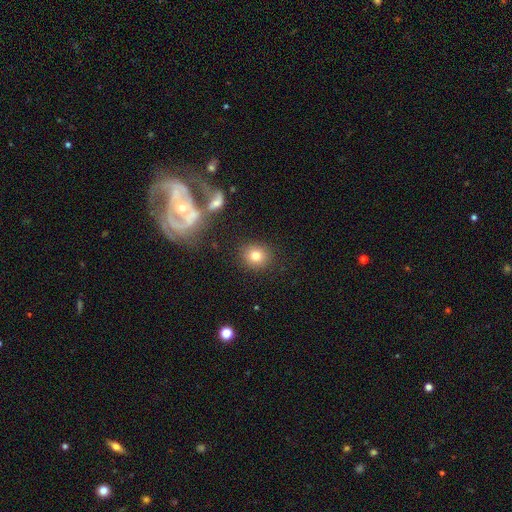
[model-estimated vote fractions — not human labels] Overall: smooth (78%). How rounded: round (83%). Merging: none (87%).